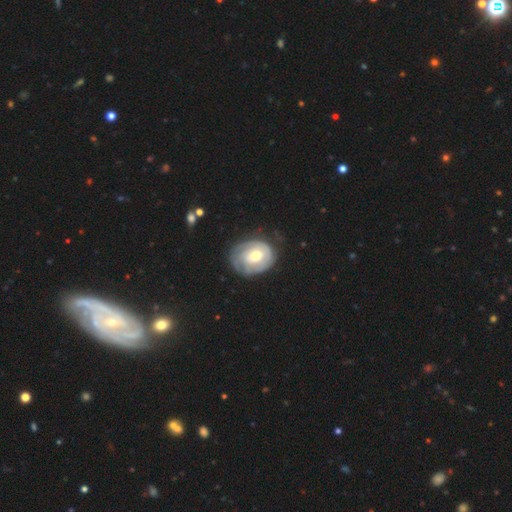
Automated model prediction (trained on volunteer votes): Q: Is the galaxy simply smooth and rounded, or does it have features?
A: featured or disk — 57%.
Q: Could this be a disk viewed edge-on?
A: no — 97%.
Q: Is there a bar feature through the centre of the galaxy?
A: no — 70%.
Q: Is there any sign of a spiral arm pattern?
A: yes — 63%.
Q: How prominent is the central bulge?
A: moderate — 67%.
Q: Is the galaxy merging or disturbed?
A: none — 58%.